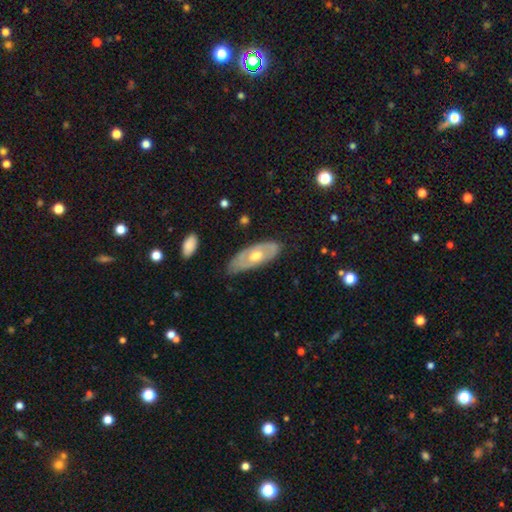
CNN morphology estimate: smooth-or-featured: featured or disk: 55% | smooth: 40% | star or artifact: 5%
  disk-edge-on: no: 79% | yes: 21%
  merging: none: 73% | minor disturbance: 21% | major disturbance: 5% | merger: 1%